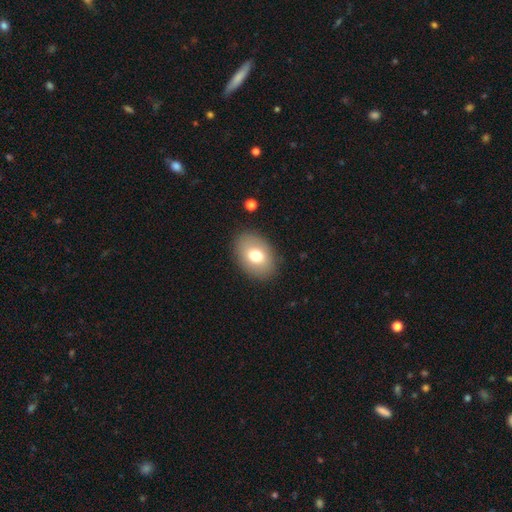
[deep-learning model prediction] The model was most divided on "smooth or featured": smooth: 73%, featured or disk: 19%, star or artifact: 8%. More confident: merging — none (87%); how rounded — in between (78%).